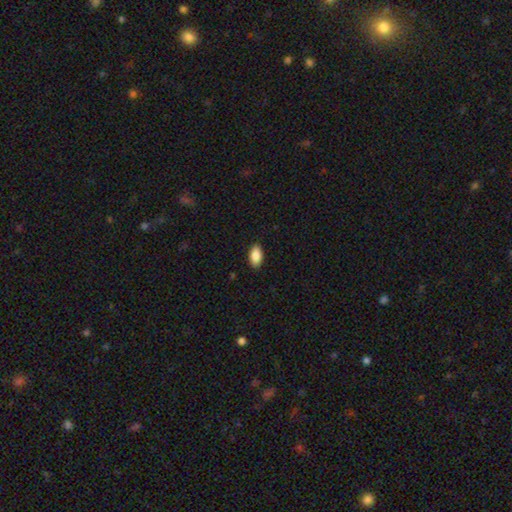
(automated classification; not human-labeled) smooth-or-featured: smooth: 88% | star or artifact: 7% | featured or disk: 5%
  how-rounded: in between: 93% | round: 4% | cigar-shaped: 3%
  merging: none: 89% | minor disturbance: 9% | major disturbance: 2% | merger: 1%